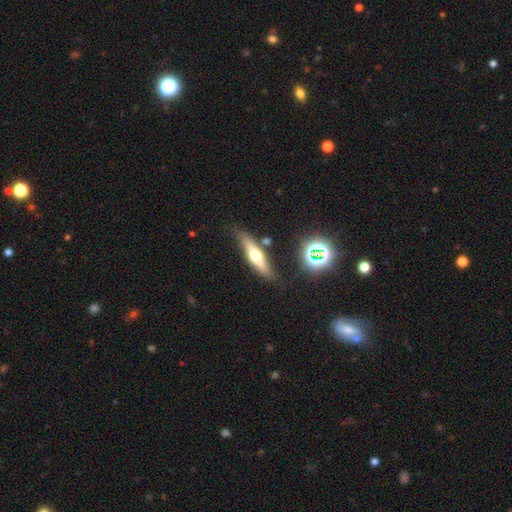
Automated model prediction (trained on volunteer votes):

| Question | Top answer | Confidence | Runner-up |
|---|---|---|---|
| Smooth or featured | featured or disk | 54% | smooth (38%) |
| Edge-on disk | yes | 90% | no (10%) |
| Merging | none | 78% | minor disturbance (13%) |